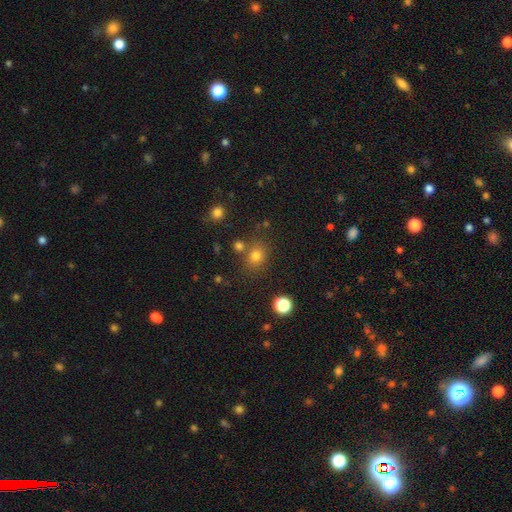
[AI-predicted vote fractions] Morphology: type=smooth (76%); roundness=round (63%); merging=none (72%).